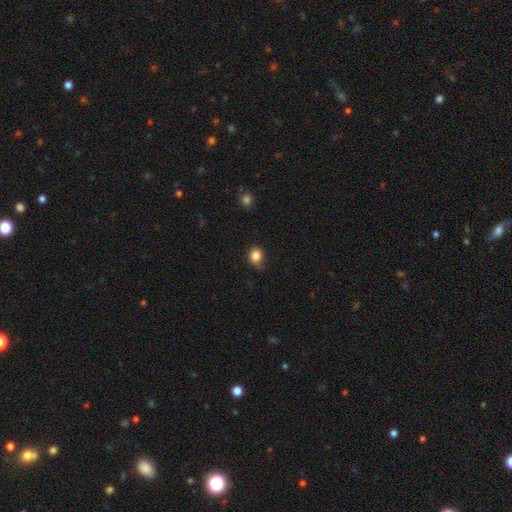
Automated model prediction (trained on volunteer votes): Smooth or featured? smooth (85%)
How rounded? round (76%)
Merging? none (75%)